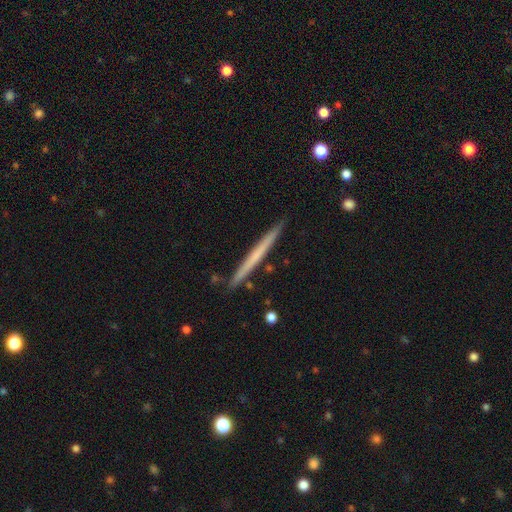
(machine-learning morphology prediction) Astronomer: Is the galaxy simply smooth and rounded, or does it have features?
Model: featured or disk — 48% (runner-up: smooth, 47%).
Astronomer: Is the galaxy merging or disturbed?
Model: none — 91%.